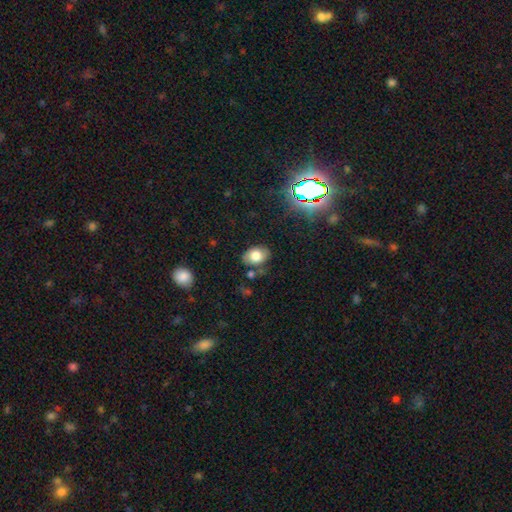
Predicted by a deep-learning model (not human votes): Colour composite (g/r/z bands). It shows a smooth galaxy with no disk features (75%) that is in between round and cigar-shaped (79%). Merging: none (72%).